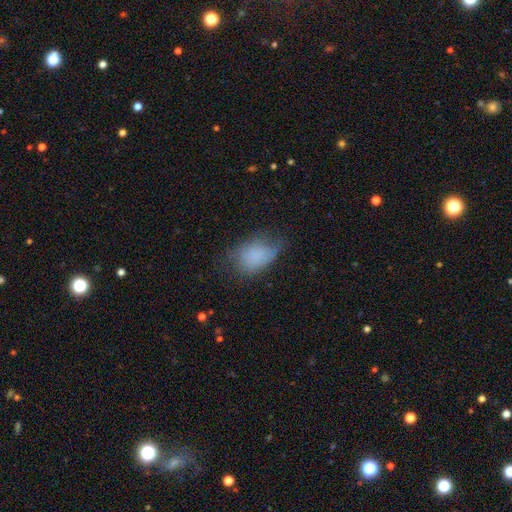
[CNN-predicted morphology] Overall: smooth (77%). How rounded: in between (82%). Merging: none (44%; minor disturbance 35%).